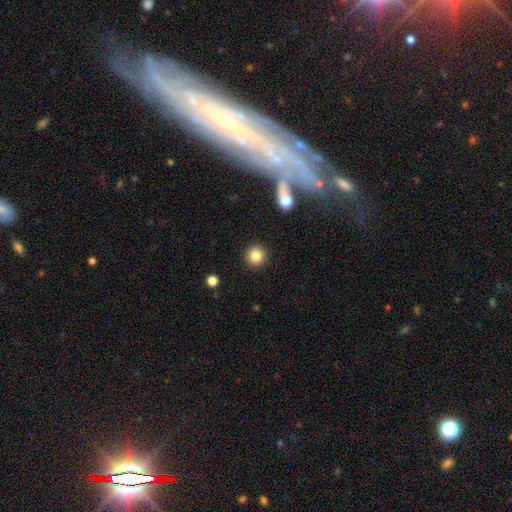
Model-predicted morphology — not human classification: Overall: smooth (84%). How rounded: round (94%). Merging: none (91%).